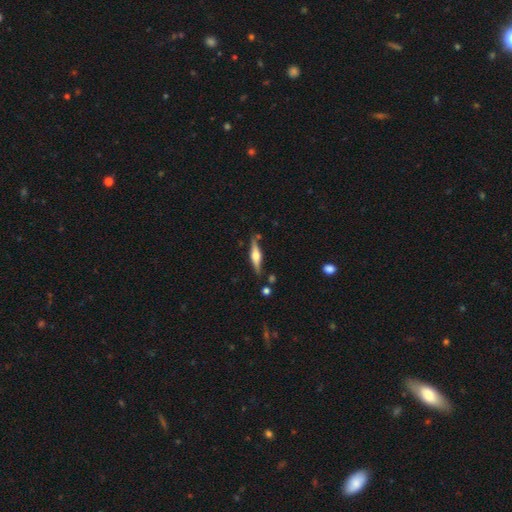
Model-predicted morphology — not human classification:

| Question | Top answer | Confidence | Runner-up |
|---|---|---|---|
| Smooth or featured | featured or disk | 70% | smooth (24%) |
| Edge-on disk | yes | 97% | no (3%) |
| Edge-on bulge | rounded | 90% | boxy (8%) |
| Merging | none | 81% | minor disturbance (12%) |